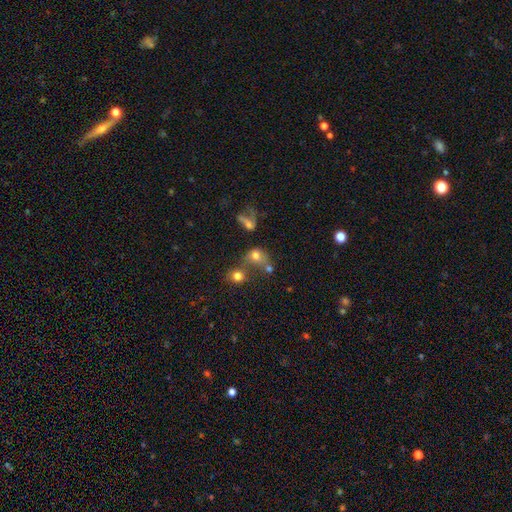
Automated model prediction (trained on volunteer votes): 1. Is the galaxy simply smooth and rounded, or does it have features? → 67% smooth, 17% featured or disk, 16% star or artifact.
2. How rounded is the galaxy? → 63% round, 35% in between, 2% cigar-shaped.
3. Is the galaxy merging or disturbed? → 47% merger, 29% none, 13% major disturbance, 11% minor disturbance.